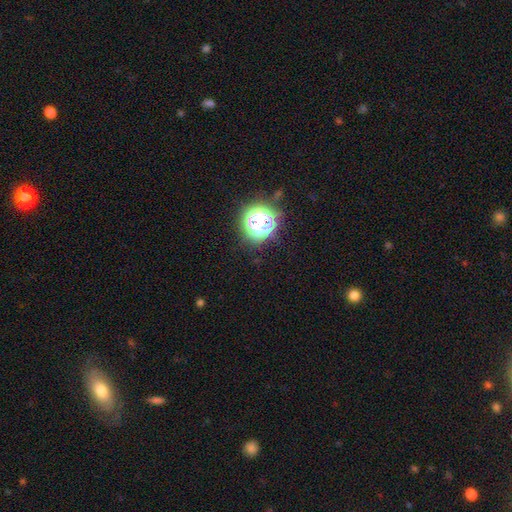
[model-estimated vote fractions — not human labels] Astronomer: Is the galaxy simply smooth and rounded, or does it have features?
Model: star or artifact — 74%.